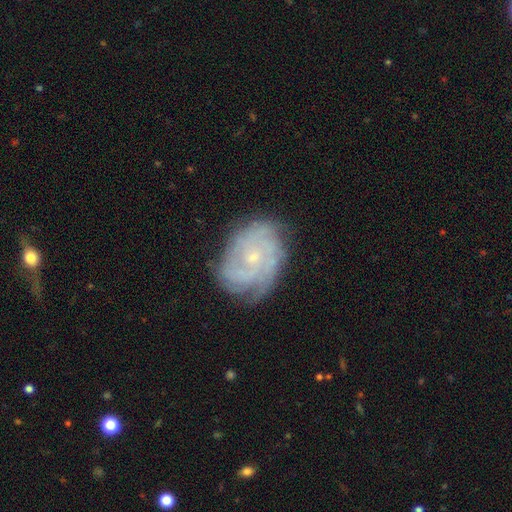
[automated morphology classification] A featured or disk galaxy (76%) with no bar (75%), tight (64%) spiral arms (94%) and a small central bulge (70%).

Vote fractions:
- Smooth or featured? featured or disk: 76% / smooth: 14% / star or artifact: 10%
- Edge-on disk? no: 97% / yes: 3%
- Bar? no: 75% / weak: 21% / strong: 4%
- Spiral arms? yes: 94% / no: 6%
- Spiral winding? tight: 64% / medium: 28% / loose: 7%
- Spiral arm count? can't tell: 35% / 3: 19% / 4: 19% / 2: 12% / more than 4: 9% / 1: 6%
- Bulge size? small: 70% / moderate: 26% / none: 2% / large: 1% / dominant: 1%
- Merging? none: 74% / minor disturbance: 18% / major disturbance: 6% / merger: 1%